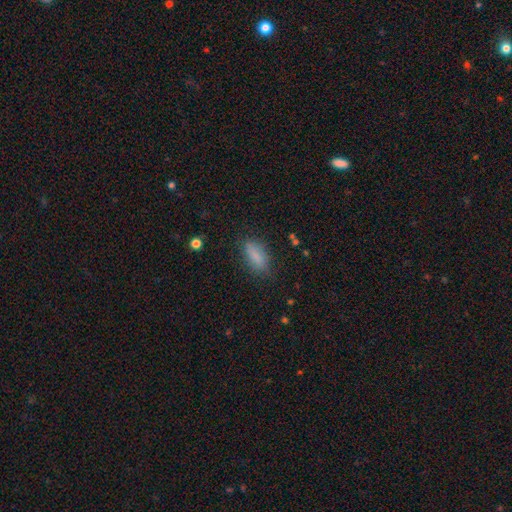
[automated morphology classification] A smooth galaxy with no disk features (82%) that is in between round and cigar-shaped (74%). Merging: none (78%).